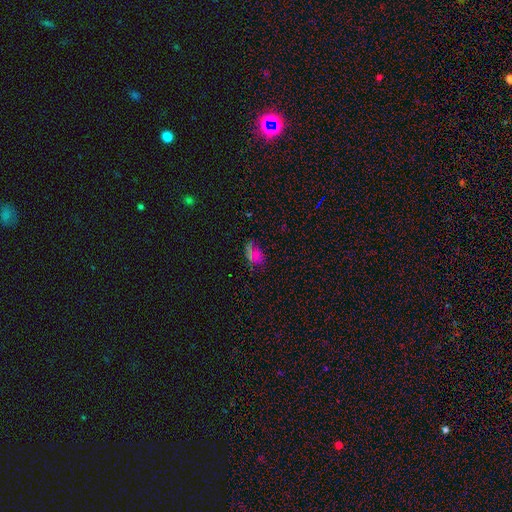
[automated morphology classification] type=smooth (49%); merging=none (54%).